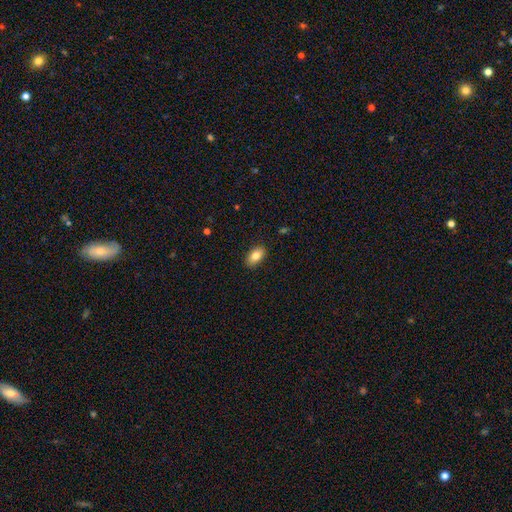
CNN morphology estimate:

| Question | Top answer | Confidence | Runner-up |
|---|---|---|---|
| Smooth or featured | smooth | 82% | featured or disk (11%) |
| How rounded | in between | 91% | round (7%) |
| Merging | none | 88% | minor disturbance (9%) |